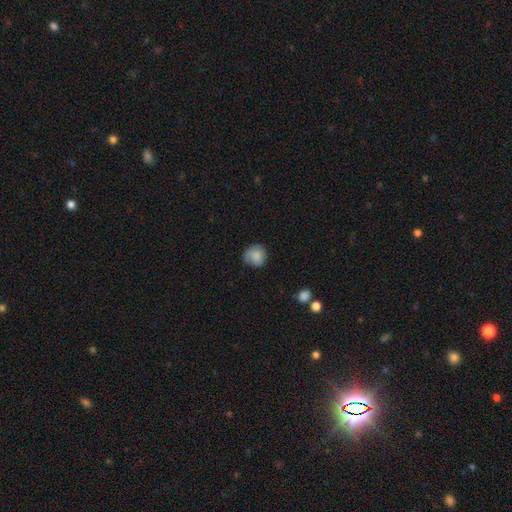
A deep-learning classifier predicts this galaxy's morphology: Overall: smooth (79%). How rounded: round (81%). Merging: none (60%; minor disturbance 29%).